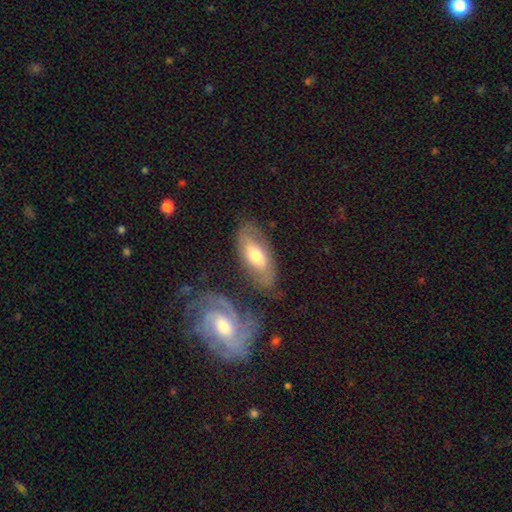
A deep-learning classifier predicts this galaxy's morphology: A smooth galaxy with no disk features (48%). Merging: none (69%).